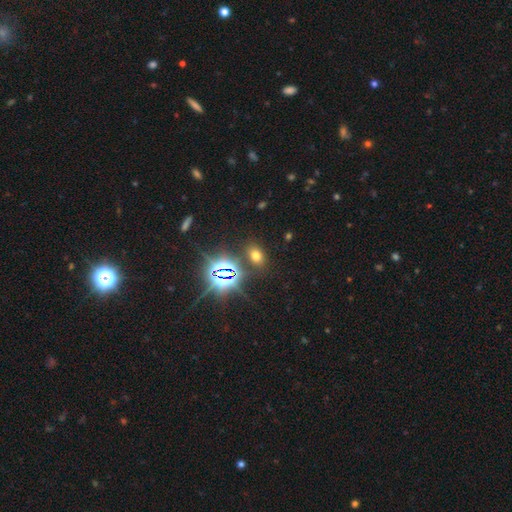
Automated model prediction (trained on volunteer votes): The model was most divided on "smooth or featured": smooth: 55%, star or artifact: 36%, featured or disk: 9%. More confident: merging — none (84%); how rounded — in between (77%).